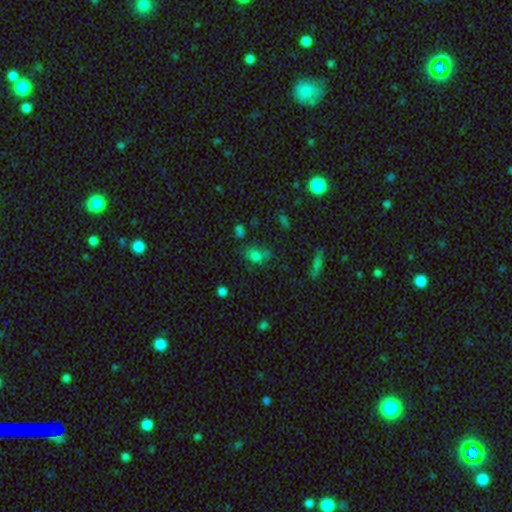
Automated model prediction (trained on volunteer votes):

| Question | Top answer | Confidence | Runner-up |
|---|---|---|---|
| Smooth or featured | smooth | 70% | star or artifact (18%) |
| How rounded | in between | 61% | round (35%) |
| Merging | none | 49% | minor disturbance (24%) |